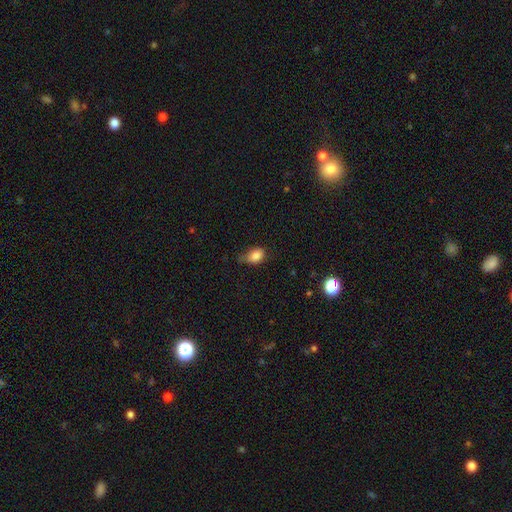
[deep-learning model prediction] Morphology: type=smooth (84%); roundness=in between (79%); merging=none (51%).